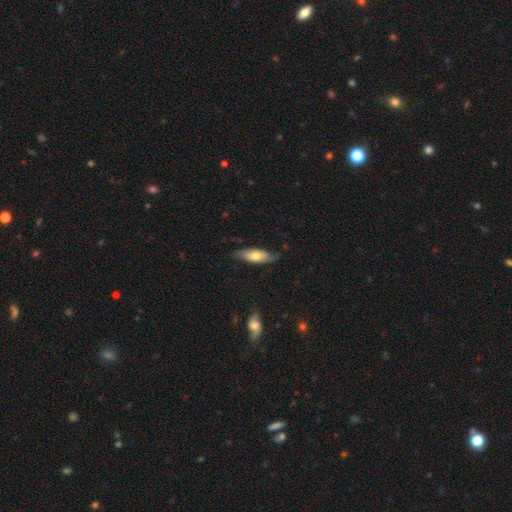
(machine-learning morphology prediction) Smooth or featured?
  - smooth: 63% *
  - featured or disk: 31%
  - star or artifact: 6%
How rounded?
  - in between: 59% *
  - cigar-shaped: 38%
  - round: 2%
Merging?
  - none: 75% *
  - minor disturbance: 20%
  - major disturbance: 4%
  - merger: 1%